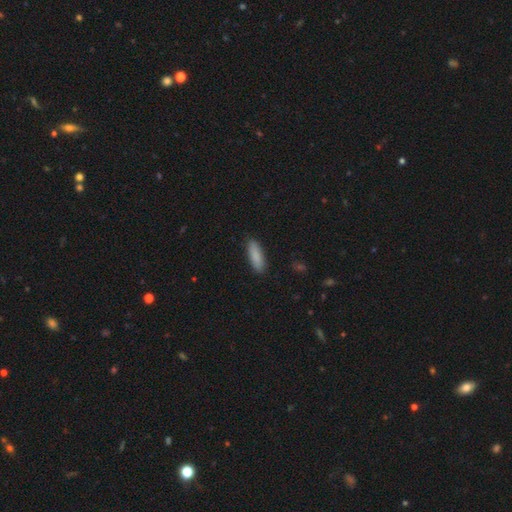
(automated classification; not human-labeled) This appears to be a smooth galaxy with no disk features (88%) that is in between round and cigar-shaped (52%). Merging: none (88%).